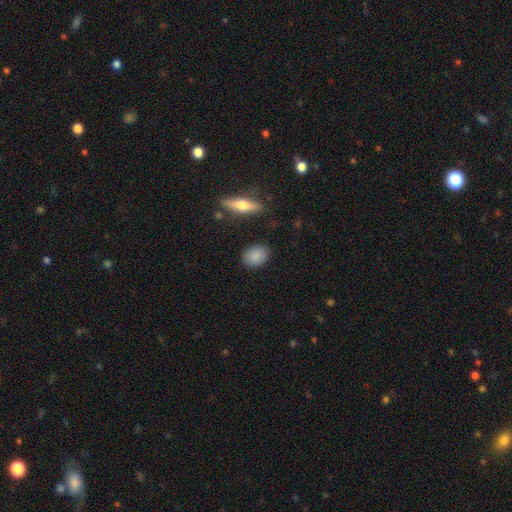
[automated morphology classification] A smooth galaxy with no disk features (87%) that is in between round and cigar-shaped (72%). Merging: none (87%).